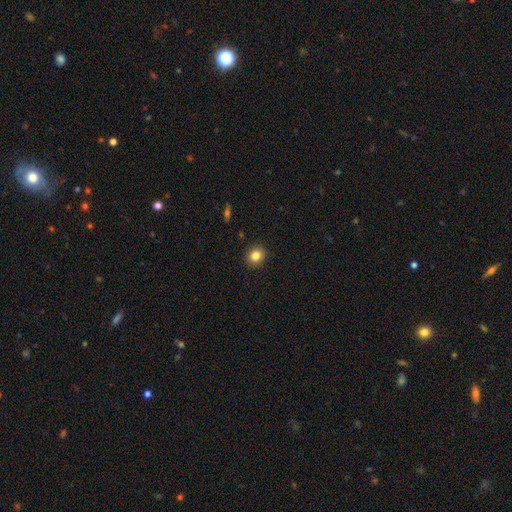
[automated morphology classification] Smooth or featured? Predicted: smooth (p=0.84). How rounded? Predicted: round (p=0.76). Merging? Predicted: none (p=0.91).